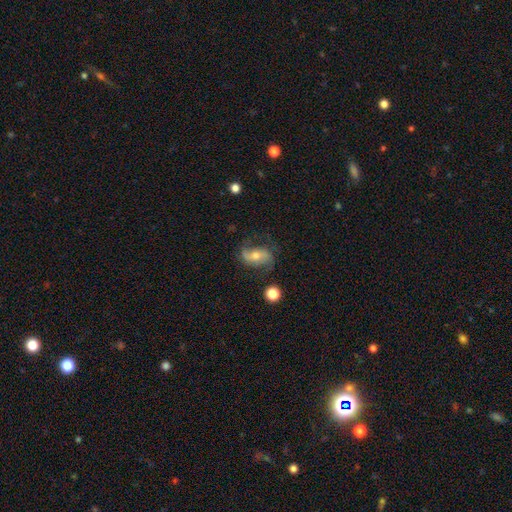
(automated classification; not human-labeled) This appears to be a featured or disk galaxy (68%) with no bar (51%), 2 (86%) loose (56%) spiral arms (89%) and a moderate central bulge (60%). Merging: none (68%).